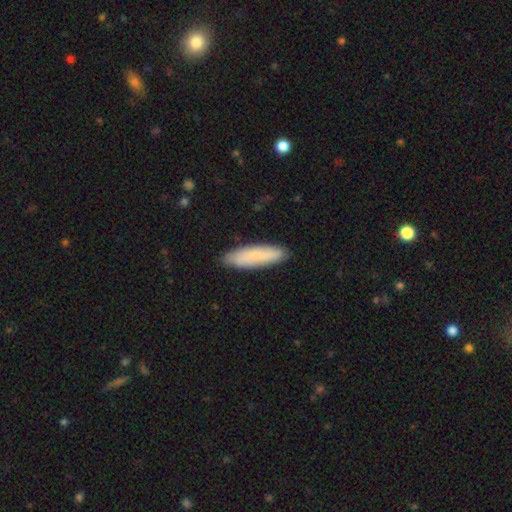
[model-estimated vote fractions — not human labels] Overall: smooth (80%). How rounded: cigar-shaped (68%; in between 31%). Merging: none (88%).